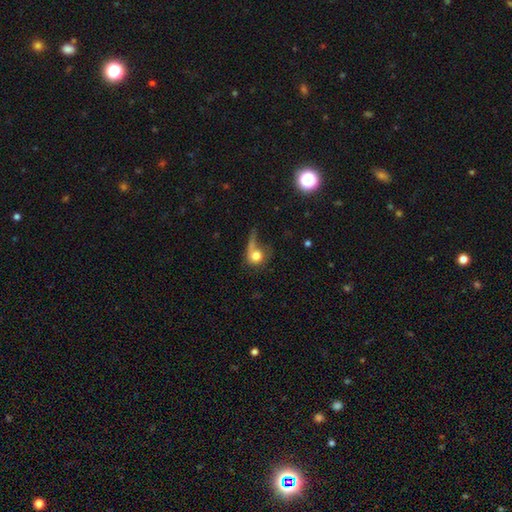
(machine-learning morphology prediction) A smooth galaxy with no disk features (69%) that is round (72%).

Vote fractions:
- Smooth or featured? smooth: 69% / featured or disk: 21% / star or artifact: 10%
- How rounded? round: 72% / in between: 25% / cigar-shaped: 3%
- Merging? major disturbance: 41% / none: 28% / minor disturbance: 18% / merger: 13%